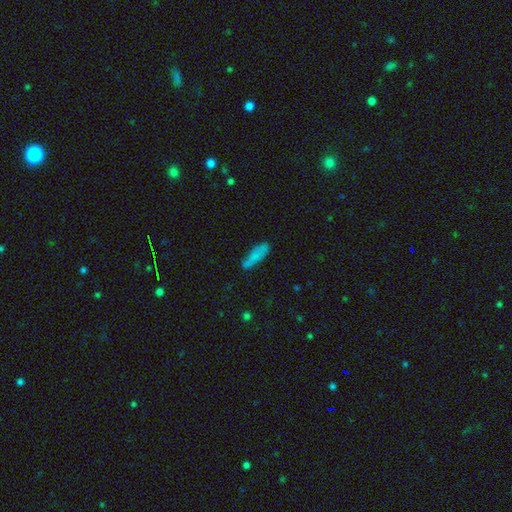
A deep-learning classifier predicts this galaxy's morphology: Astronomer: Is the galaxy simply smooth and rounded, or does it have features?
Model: smooth — 72%.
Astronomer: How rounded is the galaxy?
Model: cigar-shaped — 58% (runner-up: in between, 39%).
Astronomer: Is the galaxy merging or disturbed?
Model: none — 63%.